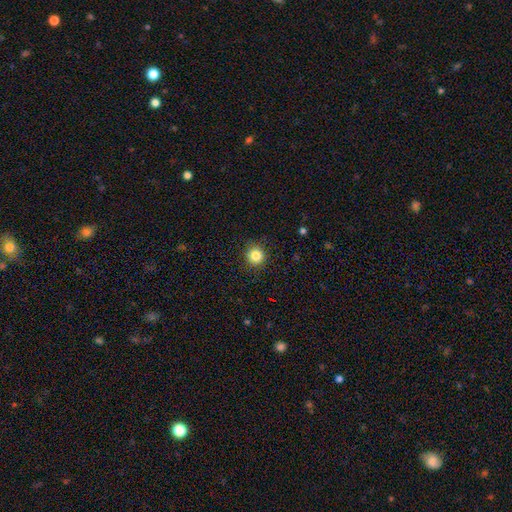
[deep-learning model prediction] This is clearly a smooth galaxy (84%). How rounded: clearly round (93%). Merging: clearly none (89%).